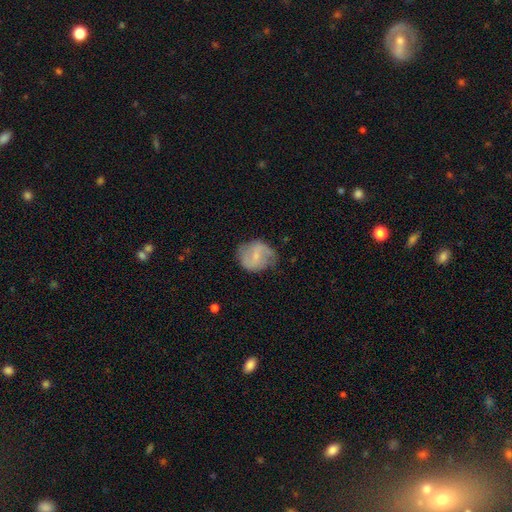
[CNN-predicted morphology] smooth-or-featured: featured or disk: 61% | smooth: 33% | star or artifact: 7%
  disk-edge-on: no: 97% | yes: 3%
    bar: weak: 50% | no: 32% | strong: 18%
    has-spiral-arms: yes: 84% | no: 16%
    bulge-size: small: 61% | moderate: 21% | none: 15% | large: 1% | dominant: 1%
  merging: none: 63% | minor disturbance: 26% | major disturbance: 9% | merger: 1%